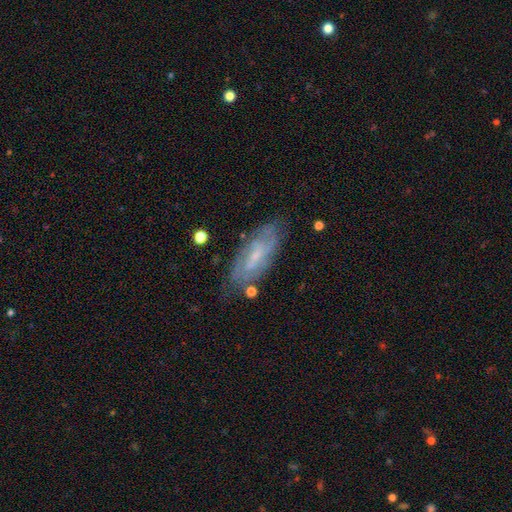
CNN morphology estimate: This appears to be a featured or disk galaxy (66%) with a weak bar (46%), spiral arms (80%) and a small central bulge (67%). Merging: none (72%).